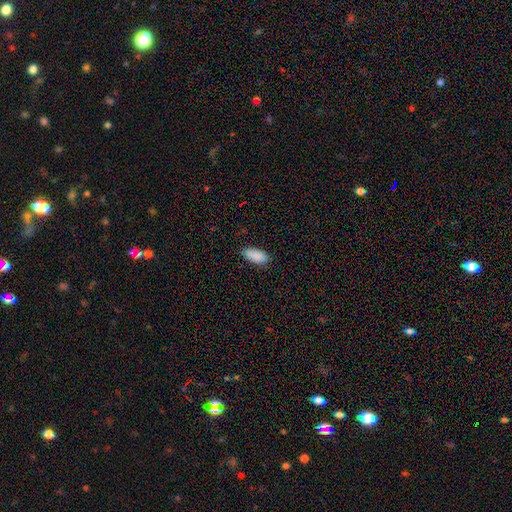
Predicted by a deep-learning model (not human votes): Smooth or featured? smooth (89%)
How rounded? in between (85%)
Merging? none (82%)